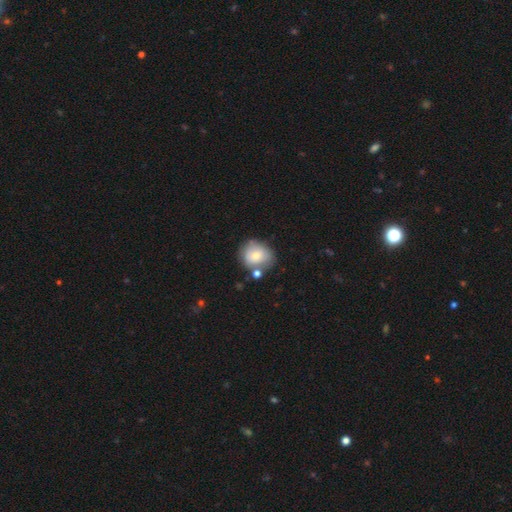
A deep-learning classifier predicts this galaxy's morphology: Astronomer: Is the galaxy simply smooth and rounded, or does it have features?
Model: smooth — 67%.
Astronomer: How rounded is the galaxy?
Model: round — 73%.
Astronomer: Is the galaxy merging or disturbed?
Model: none — 57%.